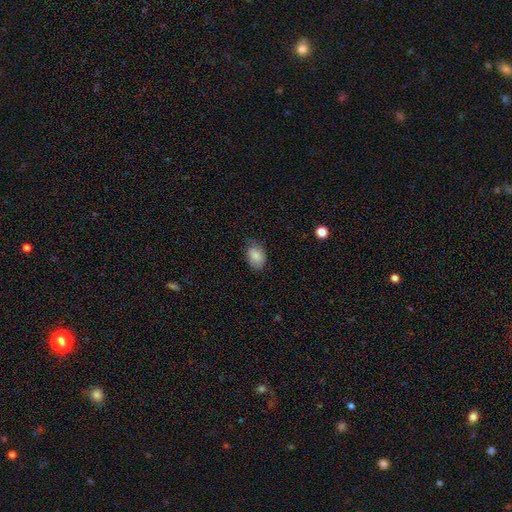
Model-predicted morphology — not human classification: Q: Smooth or featured?
A: smooth (87%); runner-up: star or artifact (8%)
Q: How rounded?
A: in between (78%); runner-up: round (21%)
Q: Merging?
A: none (72%); runner-up: minor disturbance (22%)